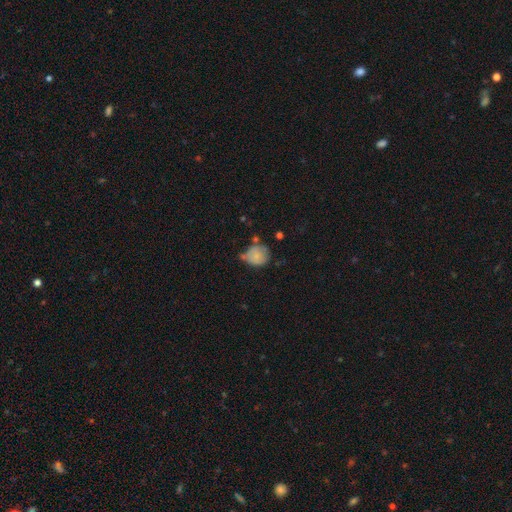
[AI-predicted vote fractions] A smooth galaxy with no disk features (74%) that is round (69%). Merging: none (37%, tied with minor disturbance).